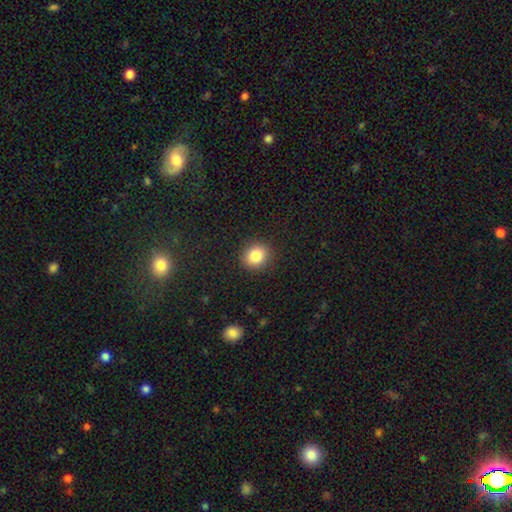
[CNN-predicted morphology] A smooth galaxy with no disk features (84%) that is round (78%).

Vote fractions:
- Smooth or featured? smooth: 84% / star or artifact: 10% / featured or disk: 6%
- How rounded? round: 78% / in between: 21% / cigar-shaped: 1%
- Merging? none: 90% / minor disturbance: 7% / major disturbance: 2% / merger: 1%